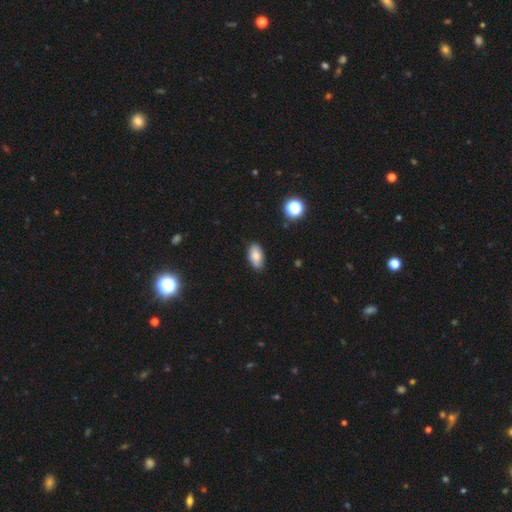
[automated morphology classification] A smooth galaxy with no disk features (80%) that is in between round and cigar-shaped (92%).

Vote fractions:
- Smooth or featured? smooth: 80% / featured or disk: 11% / star or artifact: 9%
- How rounded? in between: 92% / round: 5% / cigar-shaped: 3%
- Merging? none: 82% / minor disturbance: 14% / major disturbance: 2% / merger: 2%